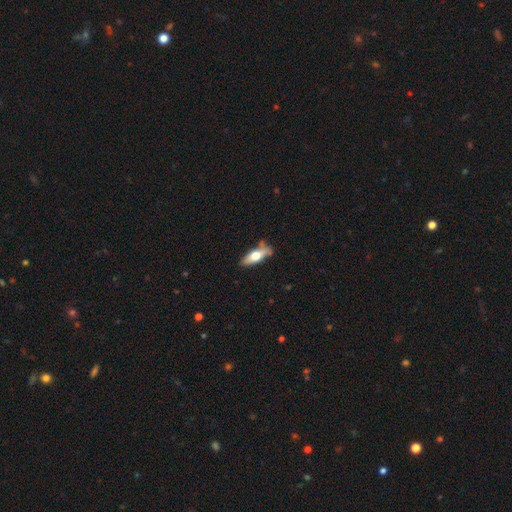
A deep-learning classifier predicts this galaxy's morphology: This is possibly a smooth galaxy (55%). How rounded: possibly in between (59%). Merging: likely none (66%).